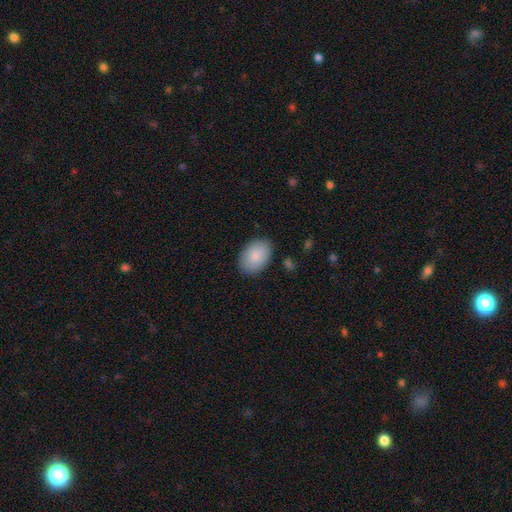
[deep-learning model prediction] Morphology: type=smooth (87%); roundness=in between (85%); merging=none (86%).